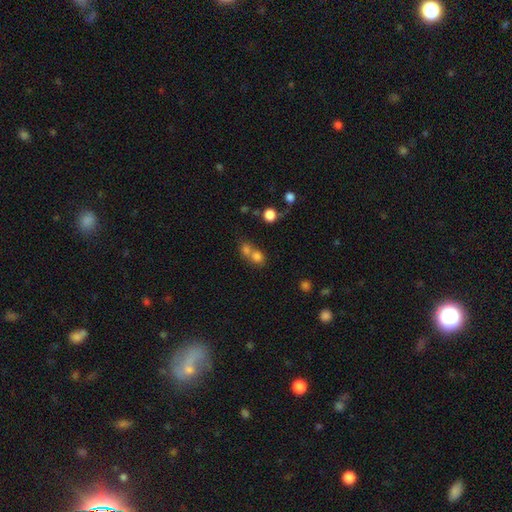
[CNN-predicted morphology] Smooth or featured: smooth — 68% (star or artifact — 19%)
How rounded: round — 72% (in between — 26%)
Merging: merger — 54% (none — 36%)